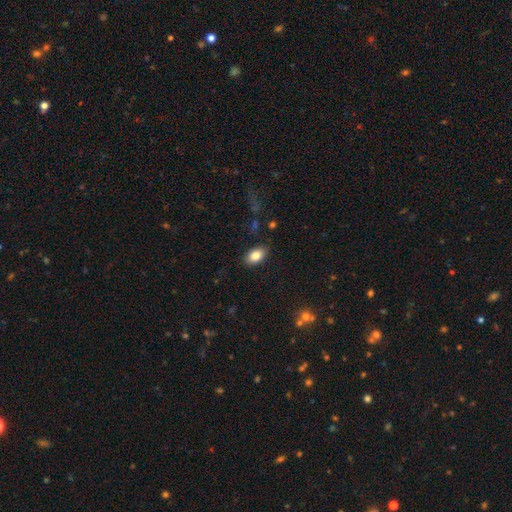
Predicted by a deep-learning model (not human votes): A smooth galaxy with no disk features (82%) that is in between round and cigar-shaped (91%).

Vote fractions:
- Smooth or featured? smooth: 82% / featured or disk: 10% / star or artifact: 8%
- How rounded? in between: 91% / round: 7% / cigar-shaped: 2%
- Merging? none: 87% / minor disturbance: 9% / major disturbance: 2% / merger: 1%